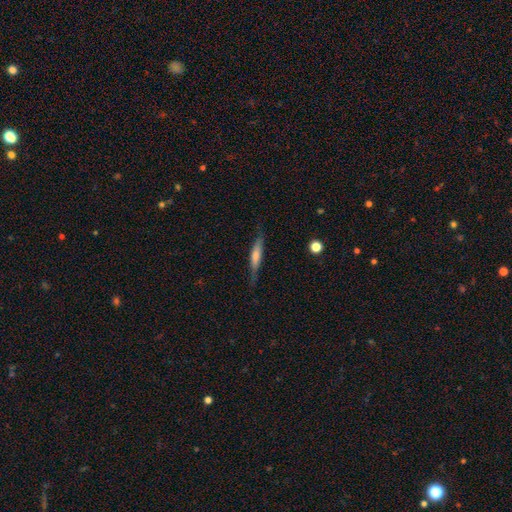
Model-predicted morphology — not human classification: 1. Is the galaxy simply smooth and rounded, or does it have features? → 59% featured or disk, 34% smooth, 7% star or artifact.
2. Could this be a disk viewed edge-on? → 93% yes, 7% no.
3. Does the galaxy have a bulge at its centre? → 55% rounded, 23% none, 22% boxy.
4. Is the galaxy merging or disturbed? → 80% none, 15% minor disturbance, 4% major disturbance, 1% merger.